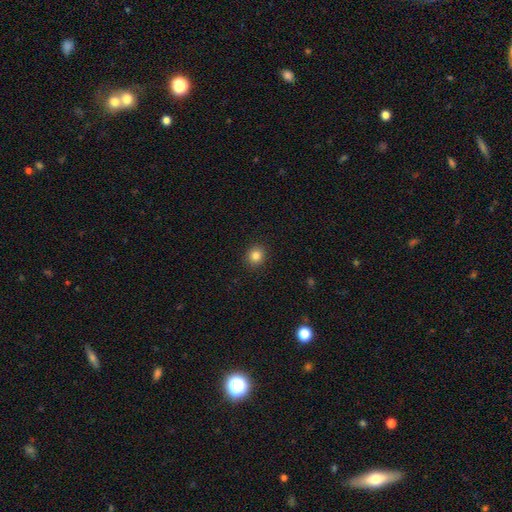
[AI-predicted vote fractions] Overall: smooth (83%). How rounded: round (87%). Merging: none (92%).